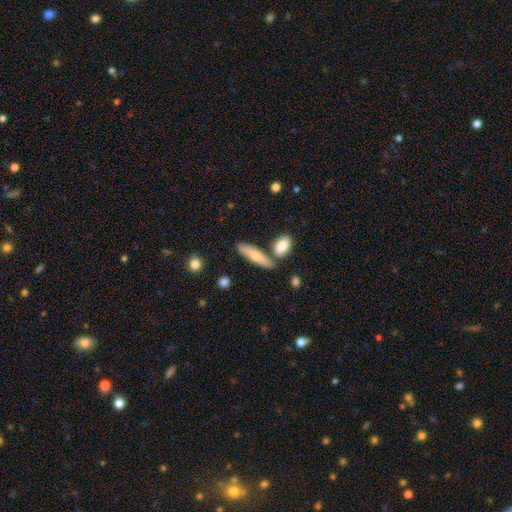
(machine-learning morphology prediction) Smooth or featured? Predicted: smooth (p=0.71). How rounded? Predicted: cigar-shaped (p=0.66). Merging? Predicted: none (p=0.70).